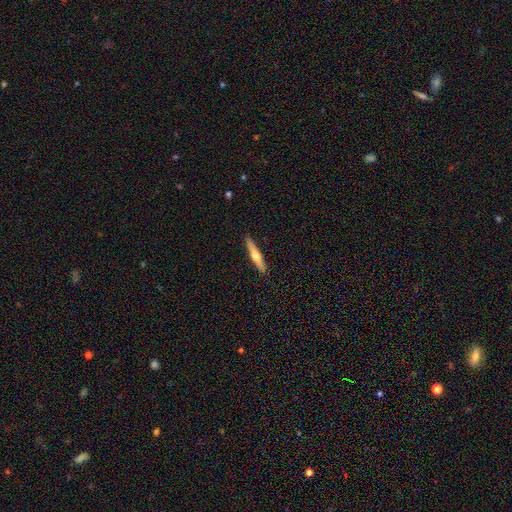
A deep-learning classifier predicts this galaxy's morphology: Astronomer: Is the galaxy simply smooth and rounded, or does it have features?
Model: featured or disk — 50% (runner-up: smooth, 44%).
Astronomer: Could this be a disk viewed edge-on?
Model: yes — 94%.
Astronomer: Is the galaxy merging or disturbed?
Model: none — 90%.